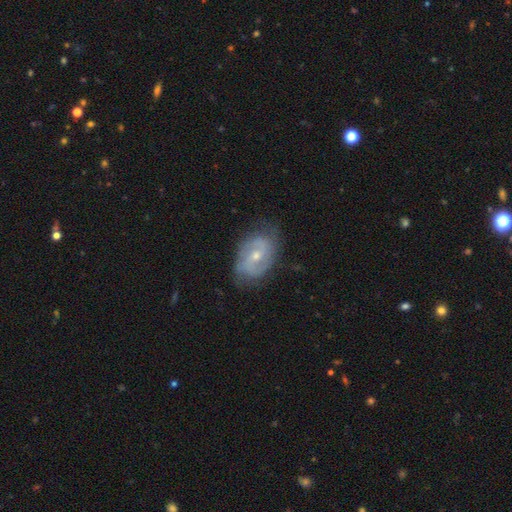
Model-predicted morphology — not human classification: Smooth or featured: featured or disk — 80% (smooth — 14%)
Edge-on disk: no — 96% (yes — 4%)
Bar: weak — 49% (no — 34%)
Spiral arms: yes — 90% (no — 10%)
Spiral winding: medium — 44% (tight — 37%)
Spiral arm count: 2 — 73% (can't tell — 15%)
Bulge size: moderate — 49% (small — 48%)
Merging: none — 71% (minor disturbance — 21%)